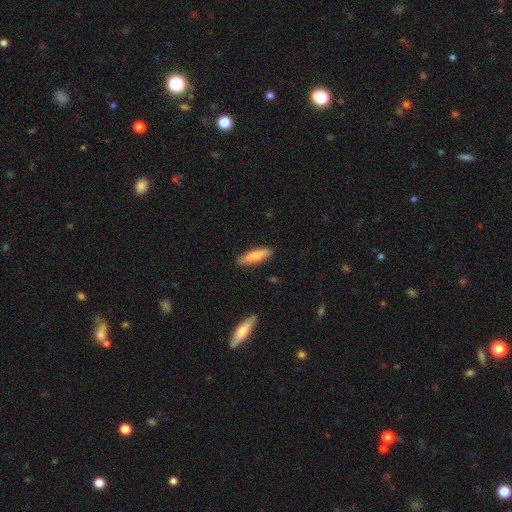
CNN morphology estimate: smooth-or-featured: smooth: 81% | featured or disk: 14% | star or artifact: 6%
  how-rounded: cigar-shaped: 66% | in between: 32% | round: 2%
  merging: none: 87% | minor disturbance: 10% | major disturbance: 2% | merger: 2%